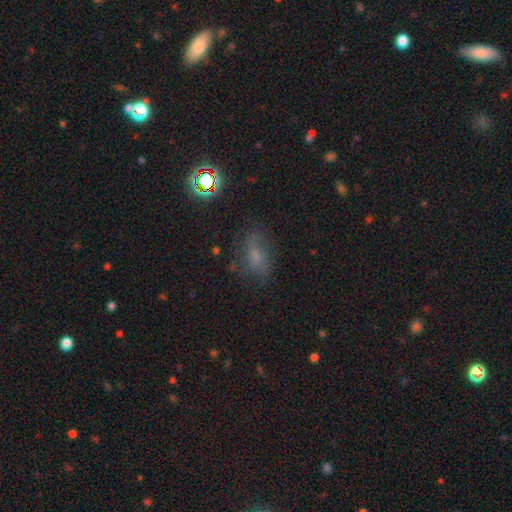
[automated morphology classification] Smooth or featured: smooth — 43% (featured or disk — 32%)
Merging: none — 57% (minor disturbance — 24%)